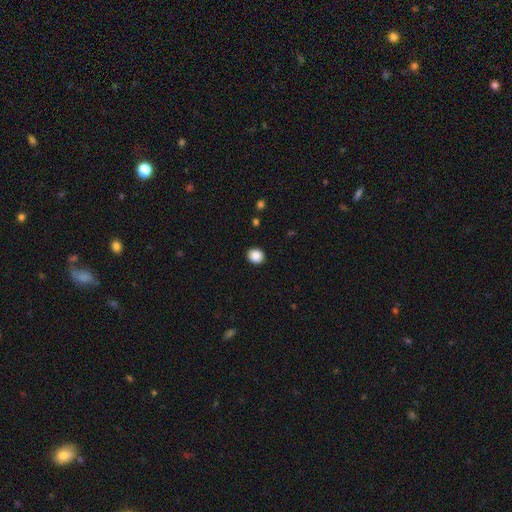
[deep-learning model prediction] A smooth galaxy with no disk features (88%) that is round (69%). Merging: none (91%).